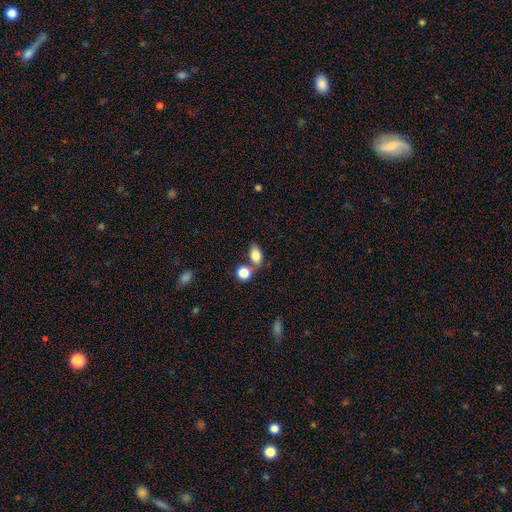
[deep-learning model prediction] smooth 81%, featured or disk 9%, star or artifact 9%. Down the decision tree: how rounded — in between (83%); merging — none (54%).